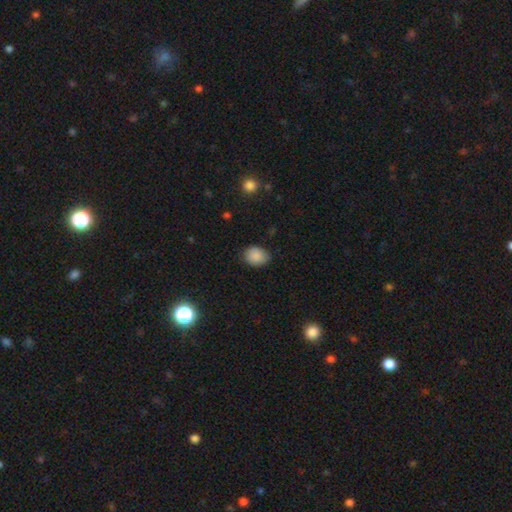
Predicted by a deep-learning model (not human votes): Smooth or featured? Predicted: smooth (p=0.88). How rounded? Predicted: in between (p=0.56). Merging? Predicted: none (p=0.78).